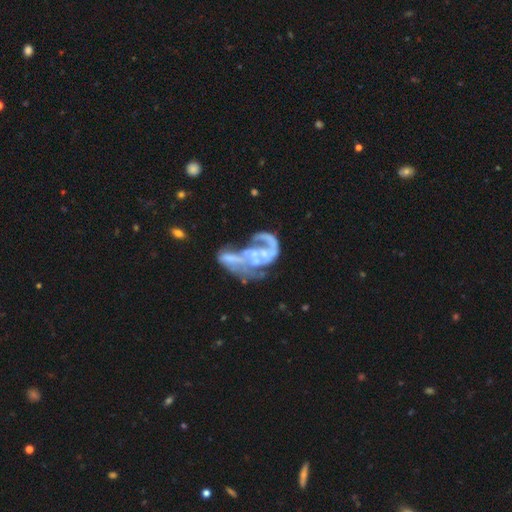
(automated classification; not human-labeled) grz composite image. It shows a featured or disk galaxy (80%) with no bar (68%), 2 (45%) loose (48%) spiral arms (66%) and a small central bulge (40%). Merging: merger (50%).